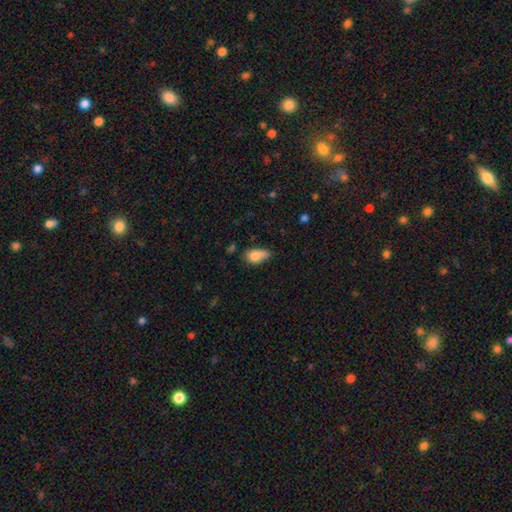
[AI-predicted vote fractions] Smooth or featured? Predicted: smooth (p=0.80). How rounded? Predicted: in between (p=0.86). Merging? Predicted: minor disturbance (p=0.45).